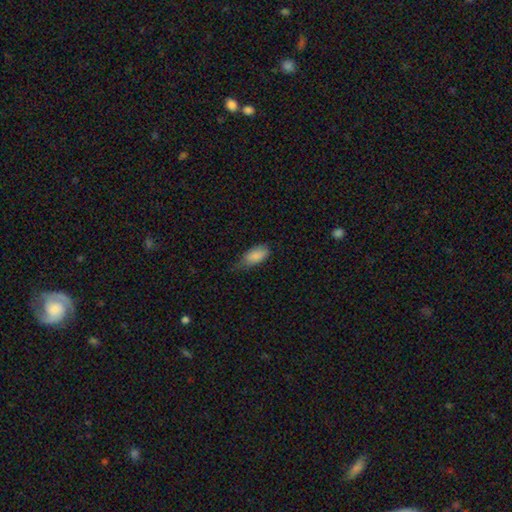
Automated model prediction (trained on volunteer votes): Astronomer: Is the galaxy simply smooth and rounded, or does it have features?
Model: smooth — 87%.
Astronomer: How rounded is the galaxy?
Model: in between — 91%.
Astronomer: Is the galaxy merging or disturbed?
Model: minor disturbance — 44%, tied with none at 44%.